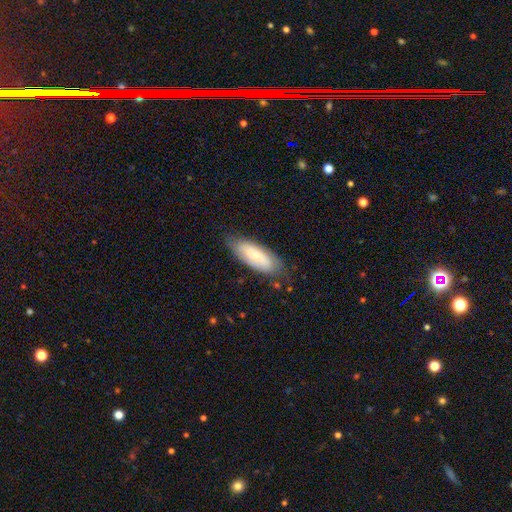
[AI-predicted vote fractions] Smooth or featured?
  - smooth: 59% *
  - featured or disk: 35%
  - star or artifact: 6%
How rounded?
  - in between: 75% *
  - cigar-shaped: 23%
  - round: 2%
Merging?
  - none: 75% *
  - minor disturbance: 19%
  - major disturbance: 4%
  - merger: 1%